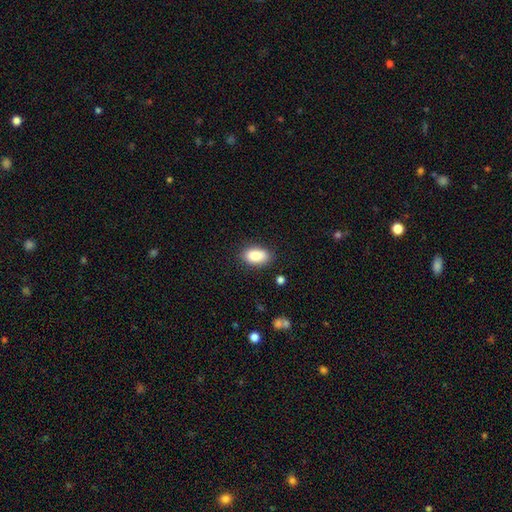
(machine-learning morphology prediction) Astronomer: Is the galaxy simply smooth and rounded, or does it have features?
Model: smooth — 89%.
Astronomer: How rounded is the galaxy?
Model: in between — 92%.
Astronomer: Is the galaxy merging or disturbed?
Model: none — 85%.